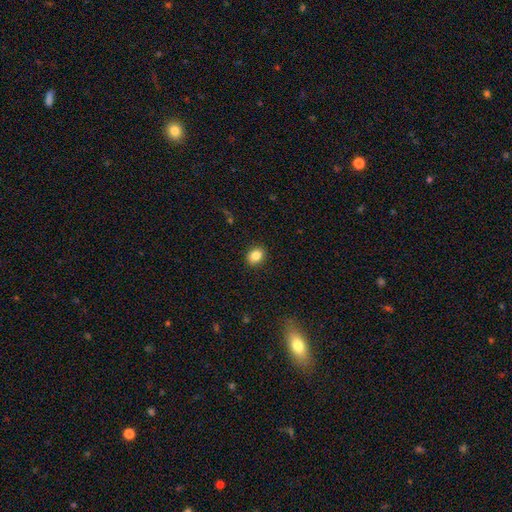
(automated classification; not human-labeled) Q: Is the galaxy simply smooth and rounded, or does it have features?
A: smooth — 85%.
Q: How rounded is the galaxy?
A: round — 53%.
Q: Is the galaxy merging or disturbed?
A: none — 90%.